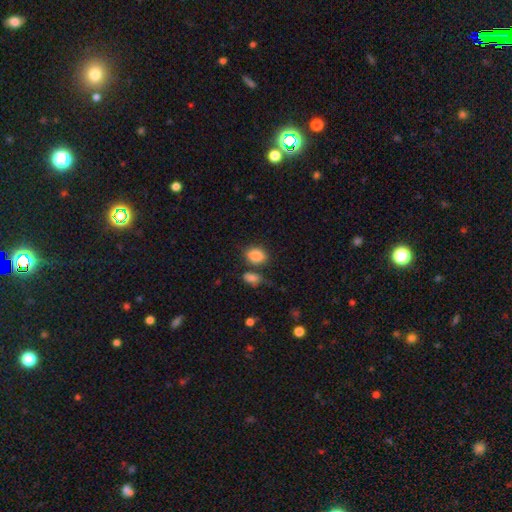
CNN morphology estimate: A smooth galaxy with no disk features (86%) that is in between round and cigar-shaped (67%).

Vote fractions:
- Smooth or featured? smooth: 86% / star or artifact: 8% / featured or disk: 6%
- How rounded? in between: 67% / round: 31% / cigar-shaped: 1%
- Merging? none: 66% / minor disturbance: 16% / merger: 14% / major disturbance: 5%